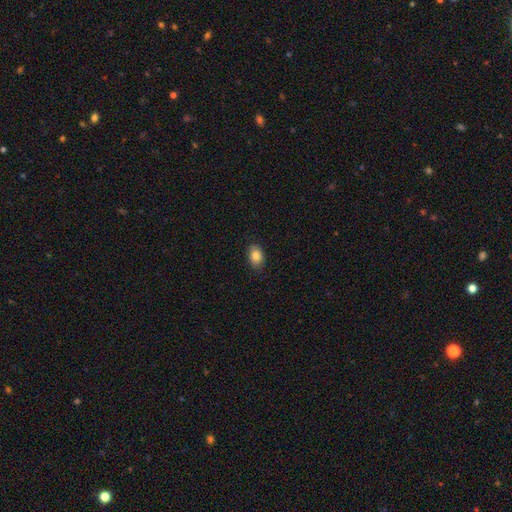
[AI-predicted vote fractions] A smooth galaxy with no disk features (85%) that is in between round and cigar-shaped (84%).

Vote fractions:
- Smooth or featured? smooth: 85% / star or artifact: 8% / featured or disk: 7%
- How rounded? in between: 84% / round: 15% / cigar-shaped: 1%
- Merging? none: 85% / minor disturbance: 11% / major disturbance: 2% / merger: 1%